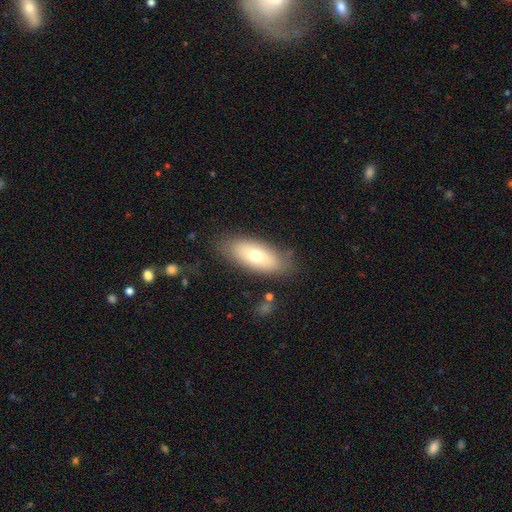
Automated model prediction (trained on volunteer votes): Smooth or featured? Predicted: smooth (p=0.67). How rounded? Predicted: in between (p=0.79). Merging? Predicted: none (p=0.82).